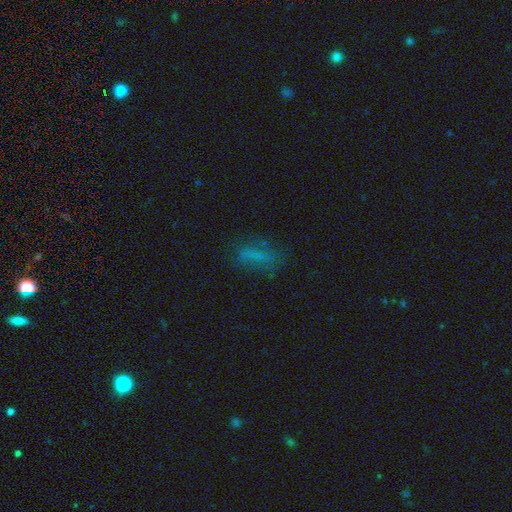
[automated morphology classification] This appears to be a smooth galaxy with no disk features (59%) that is in between round and cigar-shaped (54%). Merging: none (63%).